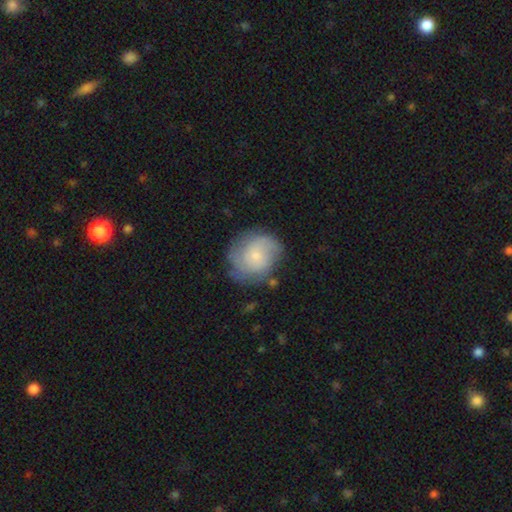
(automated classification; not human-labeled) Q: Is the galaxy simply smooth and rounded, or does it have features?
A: featured or disk — 48%.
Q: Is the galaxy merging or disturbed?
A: none — 65%.